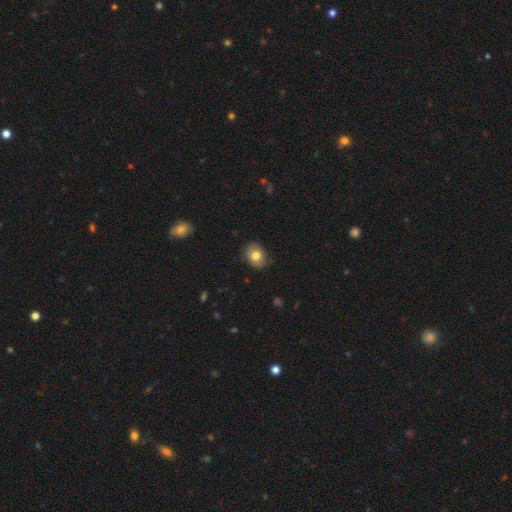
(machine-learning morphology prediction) type=smooth (79%); roundness=in between (61%); merging=none (82%).